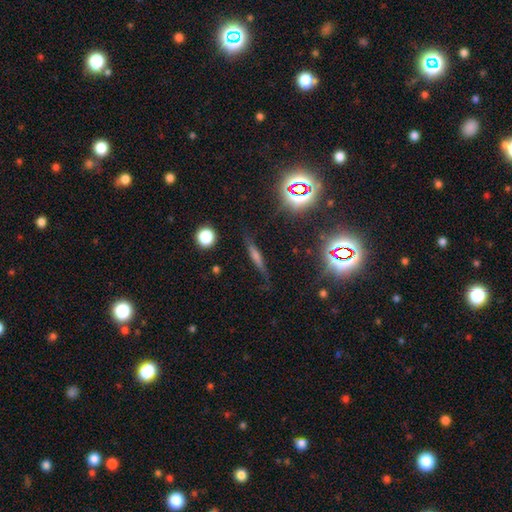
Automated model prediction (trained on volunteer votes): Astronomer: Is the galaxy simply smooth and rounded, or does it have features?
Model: smooth — 40% (runner-up: featured or disk, 38%).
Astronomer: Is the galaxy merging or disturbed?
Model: none — 79%.